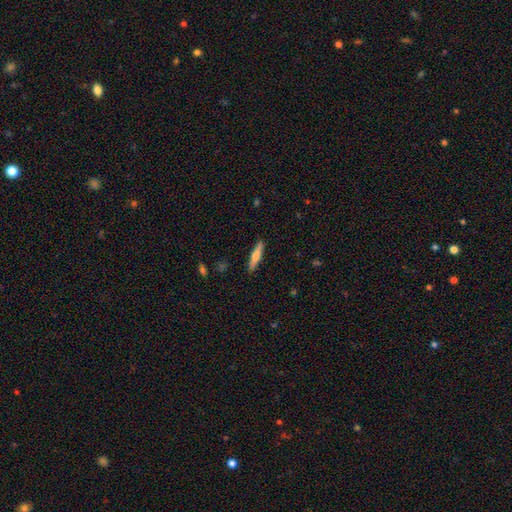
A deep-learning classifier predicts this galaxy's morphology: This appears to be a smooth galaxy with no disk features (52%) that is cigar-shaped (86%). Merging: none (90%).